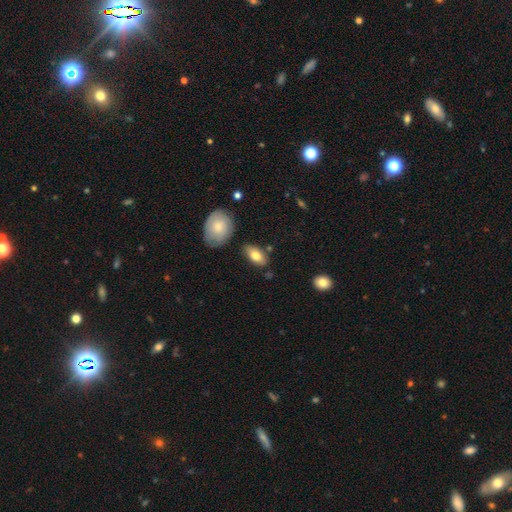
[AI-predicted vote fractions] smooth 78%, featured or disk 15%, star or artifact 7%. Down the decision tree: how rounded — in between (90%); merging — none (78%).